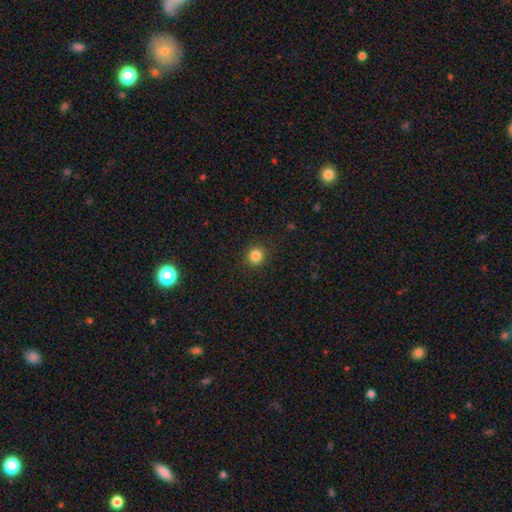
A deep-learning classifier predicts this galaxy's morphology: smooth-or-featured: smooth: 84% | star or artifact: 12% | featured or disk: 4%
  how-rounded: round: 90% | in between: 9% | cigar-shaped: 1%
  merging: none: 91% | minor disturbance: 6% | major disturbance: 2% | merger: 1%